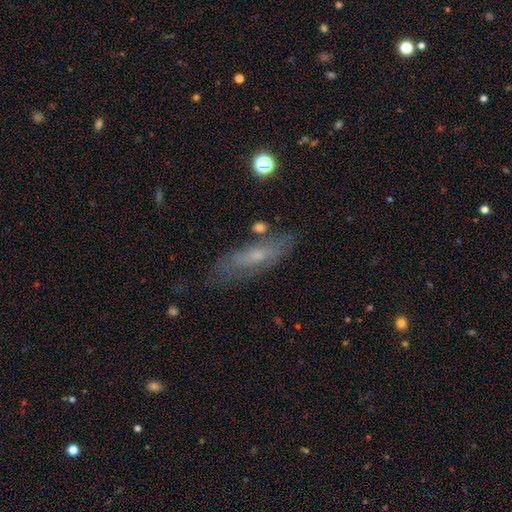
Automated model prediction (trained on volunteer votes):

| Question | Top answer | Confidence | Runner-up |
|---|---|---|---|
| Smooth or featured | featured or disk | 47% | smooth (44%) |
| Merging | none | 66% | minor disturbance (21%) |